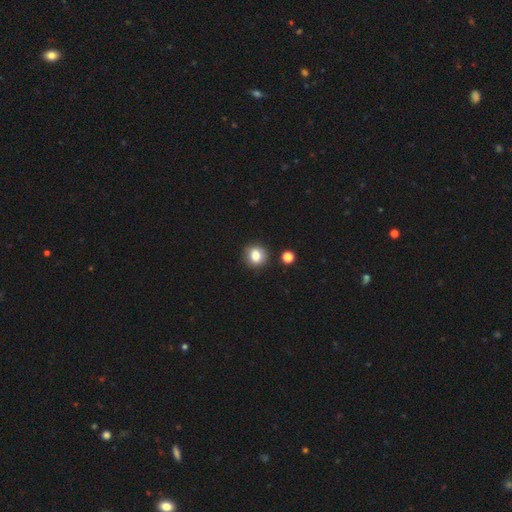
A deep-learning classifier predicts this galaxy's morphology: Q: Smooth or featured?
A: smooth (80%); runner-up: star or artifact (11%)
Q: How rounded?
A: round (83%); runner-up: in between (16%)
Q: Merging?
A: none (87%); runner-up: minor disturbance (8%)